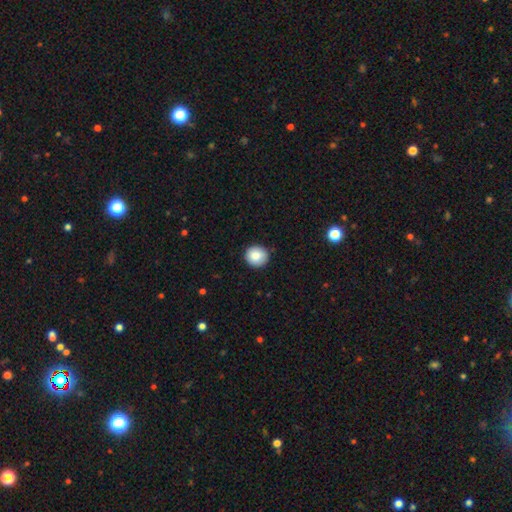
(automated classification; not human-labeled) A smooth galaxy with no disk features (86%) that is round (91%).

Vote fractions:
- Smooth or featured? smooth: 86% / star or artifact: 8% / featured or disk: 6%
- How rounded? round: 91% / in between: 8% / cigar-shaped: 1%
- Merging? none: 89% / minor disturbance: 9% / major disturbance: 2% / merger: 1%